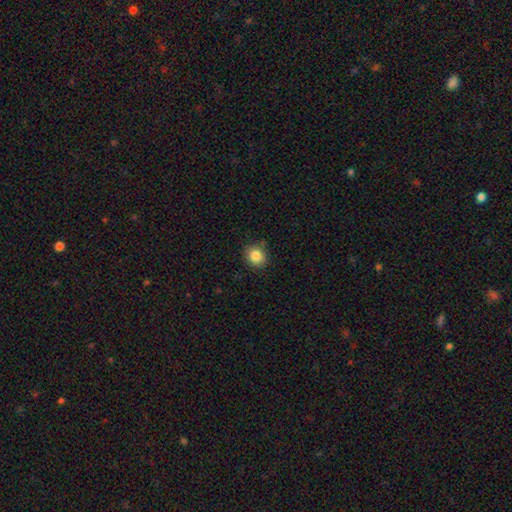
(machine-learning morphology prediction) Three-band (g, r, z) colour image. It shows a smooth galaxy with no disk features (85%) that is round (76%). Merging: none (85%).